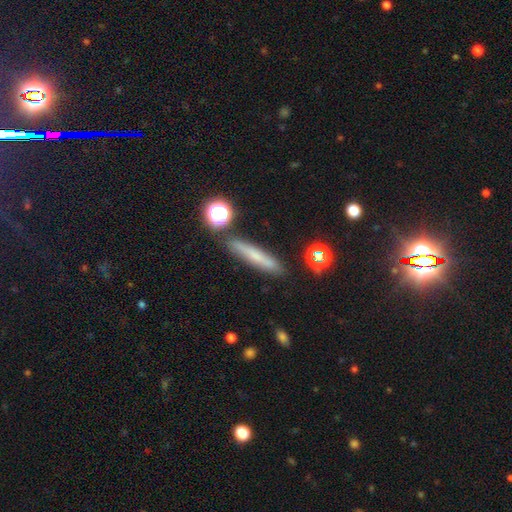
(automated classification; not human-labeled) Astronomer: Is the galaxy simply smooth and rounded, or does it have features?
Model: smooth — 60%.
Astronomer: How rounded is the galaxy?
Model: cigar-shaped — 88%.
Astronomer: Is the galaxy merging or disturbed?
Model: none — 85%.